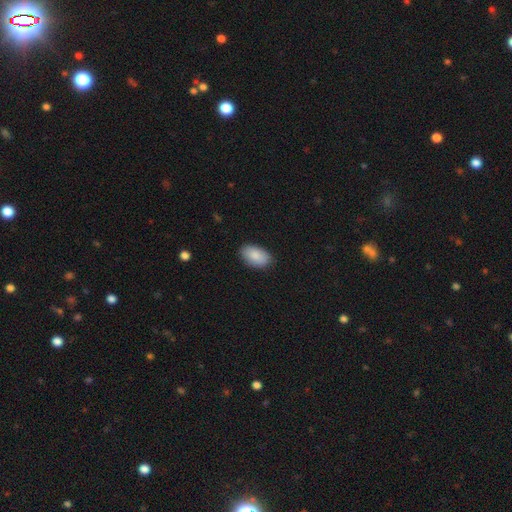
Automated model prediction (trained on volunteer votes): smooth 87%, featured or disk 6%, star or artifact 6%. Down the decision tree: how rounded — in between (94%); merging — none (86%).